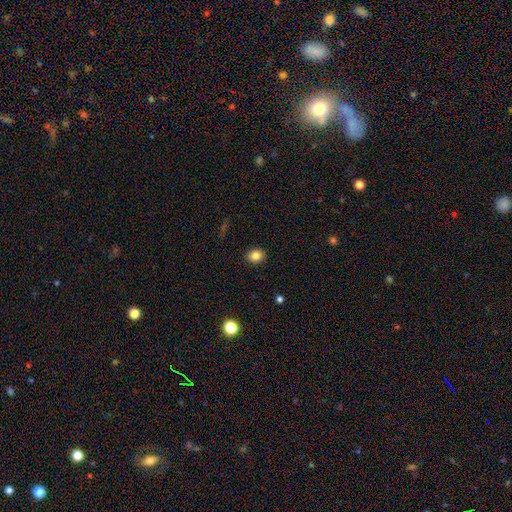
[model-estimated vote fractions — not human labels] Overall: smooth (83%). How rounded: round (57%; in between 42%). Merging: none (90%).